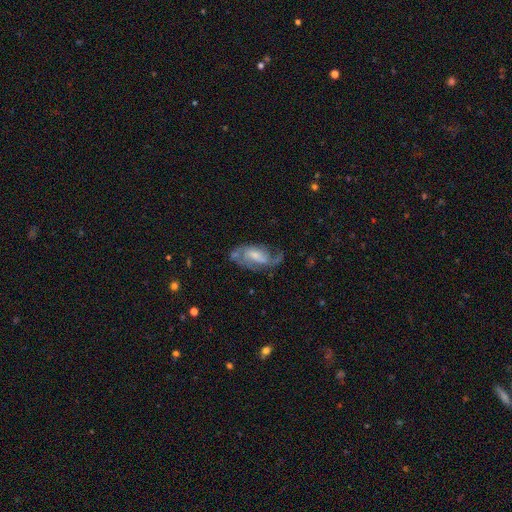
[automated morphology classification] A featured or disk galaxy (75%) with a weak bar (44%), 2 (61%) medium (45%) spiral arms (89%) and a small central bulge (48%). Merging: none (50%).